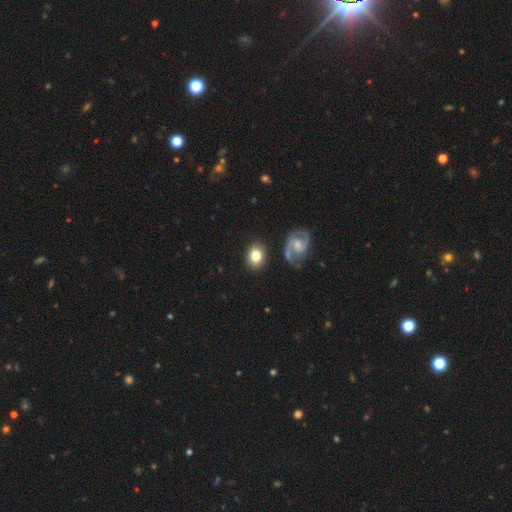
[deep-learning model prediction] Q: Smooth or featured?
A: smooth (71%); runner-up: featured or disk (22%)
Q: How rounded?
A: in between (52%); runner-up: round (47%)
Q: Merging?
A: none (80%); runner-up: minor disturbance (12%)